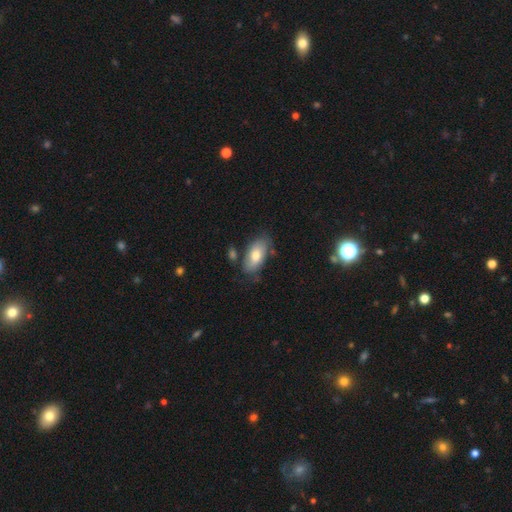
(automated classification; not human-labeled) Overall: smooth (70%). How rounded: in between (92%). Merging: none (66%).